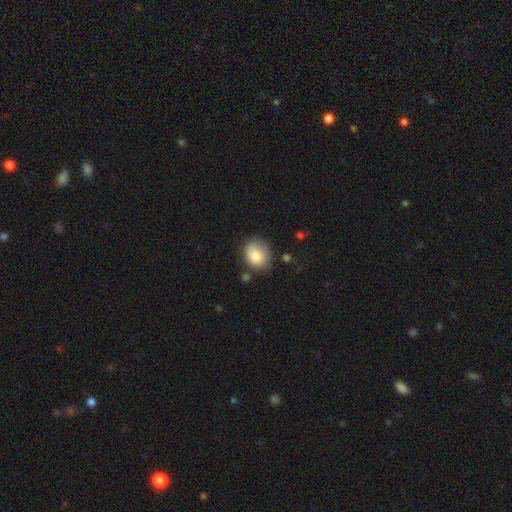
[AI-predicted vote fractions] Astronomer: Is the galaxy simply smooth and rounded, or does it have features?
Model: smooth — 85%.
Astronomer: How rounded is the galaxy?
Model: round — 60% (runner-up: in between, 39%).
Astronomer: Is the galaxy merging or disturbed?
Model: none — 66%.